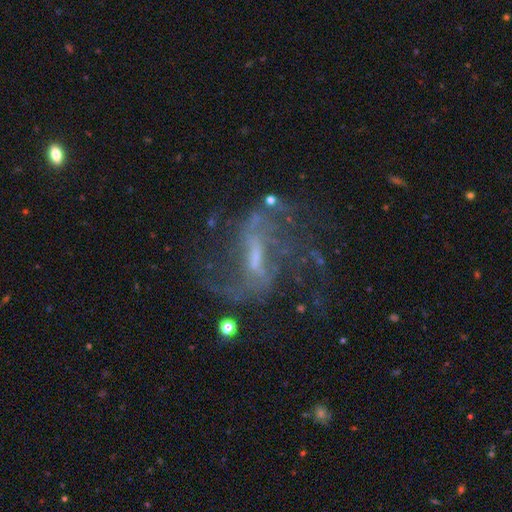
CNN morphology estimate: Q: Smooth or featured?
A: featured or disk (81%); runner-up: star or artifact (12%)
Q: Edge-on disk?
A: no (95%); runner-up: yes (5%)
Q: Bar?
A: weak (45%); runner-up: strong (40%)
Q: Spiral arms?
A: yes (86%); runner-up: no (14%)
Q: Spiral winding?
A: loose (62%); runner-up: medium (30%)
Q: Spiral arm count?
A: 2 (65%); runner-up: can't tell (16%)
Q: Bulge size?
A: small (47%); runner-up: moderate (27%)
Q: Merging?
A: none (53%); runner-up: major disturbance (27%)